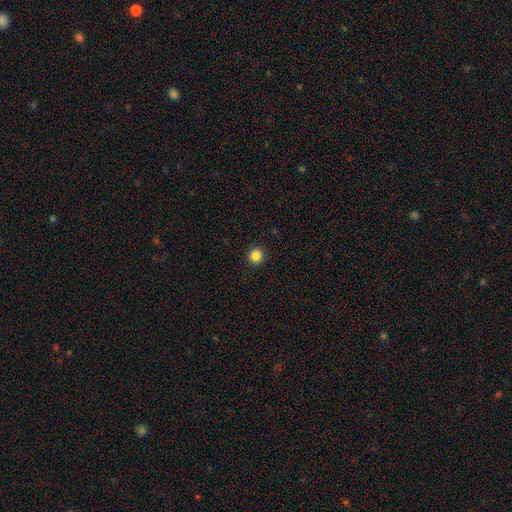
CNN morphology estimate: Overall: smooth (86%). How rounded: round (93%). Merging: none (93%).